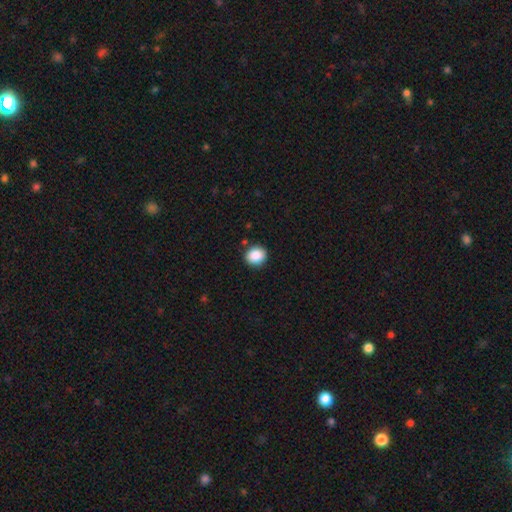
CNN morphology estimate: A smooth galaxy with no disk features (88%) that is round (77%). Merging: none (89%).